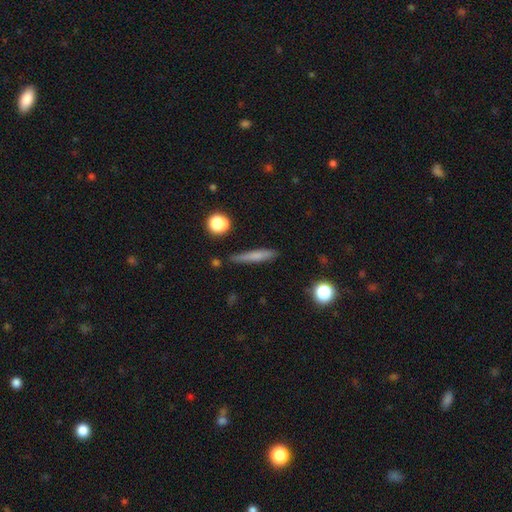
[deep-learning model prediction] Smooth or featured? Predicted: smooth (p=0.68). How rounded? Predicted: cigar-shaped (p=0.89). Merging? Predicted: none (p=0.81).